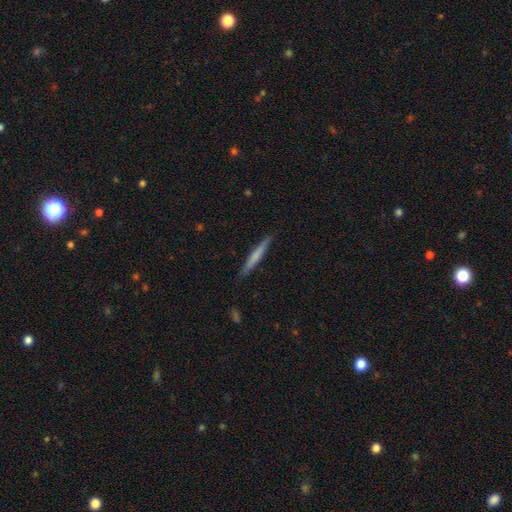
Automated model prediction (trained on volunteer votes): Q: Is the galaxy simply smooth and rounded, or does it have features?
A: smooth — 60%.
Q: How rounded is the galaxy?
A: cigar-shaped — 96%.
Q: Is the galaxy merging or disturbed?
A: none — 89%.